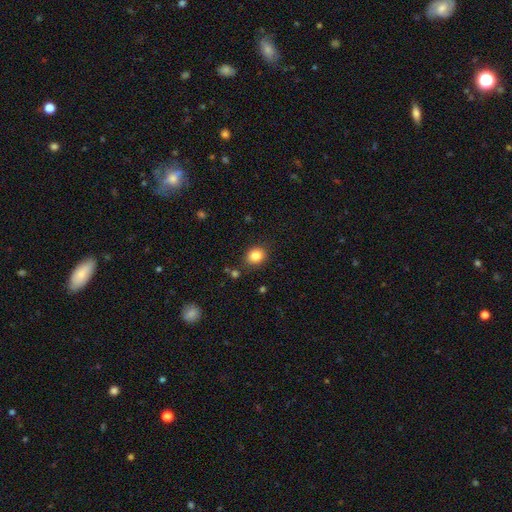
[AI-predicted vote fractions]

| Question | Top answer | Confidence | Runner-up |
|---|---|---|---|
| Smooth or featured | smooth | 84% | star or artifact (10%) |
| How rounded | round | 62% | in between (37%) |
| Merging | none | 85% | minor disturbance (9%) |